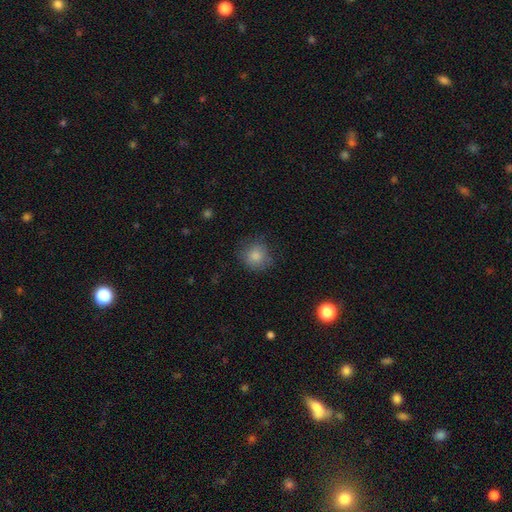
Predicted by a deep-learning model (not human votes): The model was most divided on "merging": none: 77%, minor disturbance: 17%, major disturbance: 5%, merger: 1%. More confident: how rounded — round (89%); smooth or featured — smooth (84%).